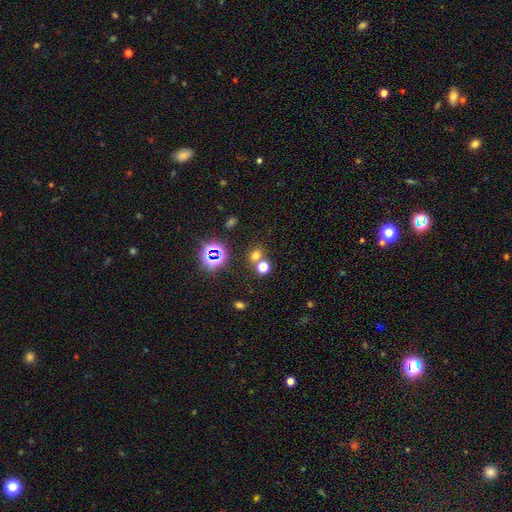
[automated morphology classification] The model was most divided on "smooth or featured": smooth: 59%, star or artifact: 33%, featured or disk: 8%. More confident: how rounded — round (77%); merging — none (63%).